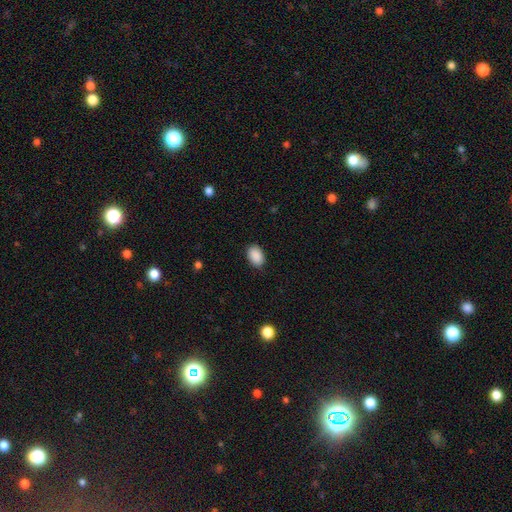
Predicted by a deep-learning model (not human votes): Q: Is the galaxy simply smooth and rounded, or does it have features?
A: smooth — 90%.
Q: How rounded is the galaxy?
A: in between — 88%.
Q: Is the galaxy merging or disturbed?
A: none — 86%.